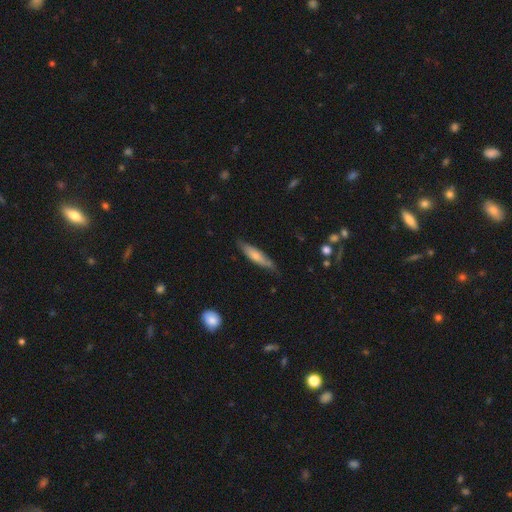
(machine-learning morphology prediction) Smooth or featured? smooth (61%)
How rounded? cigar-shaped (74%)
Merging? none (70%)